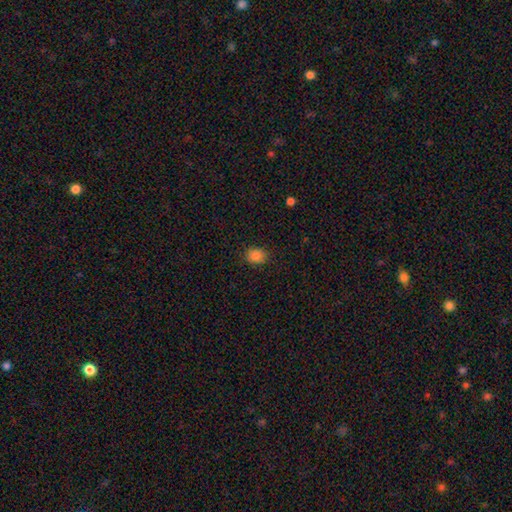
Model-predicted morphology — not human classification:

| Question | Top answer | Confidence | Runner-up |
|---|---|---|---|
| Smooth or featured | smooth | 85% | star or artifact (11%) |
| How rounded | round | 56% | in between (43%) |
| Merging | none | 86% | minor disturbance (10%) |